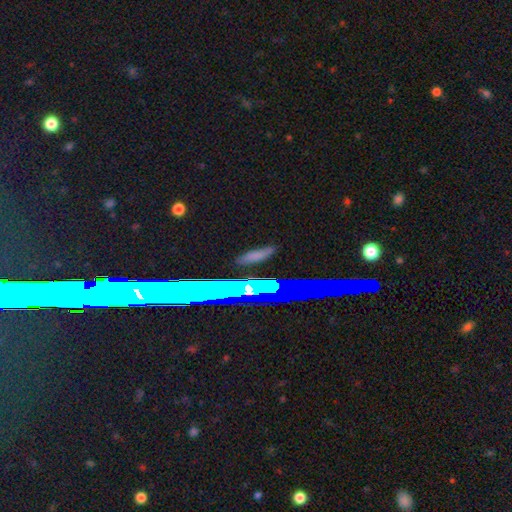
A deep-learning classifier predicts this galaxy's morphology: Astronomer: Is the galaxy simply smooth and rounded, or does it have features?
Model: smooth — 46% (runner-up: star or artifact, 30%).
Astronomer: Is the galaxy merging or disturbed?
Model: none — 86%.